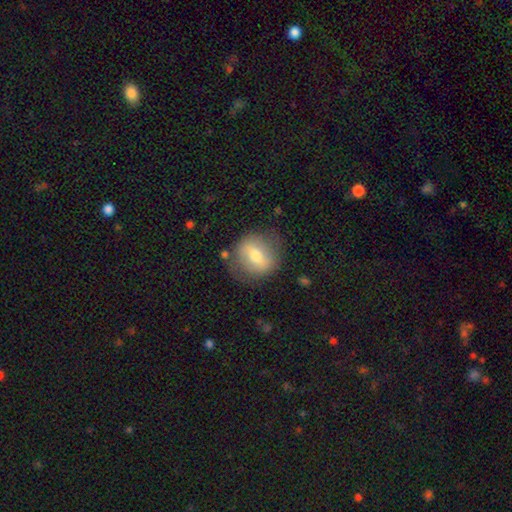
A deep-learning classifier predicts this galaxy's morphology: Smooth or featured? Predicted: smooth (p=0.55). How rounded? Predicted: round (p=0.78). Merging? Predicted: none (p=0.78).